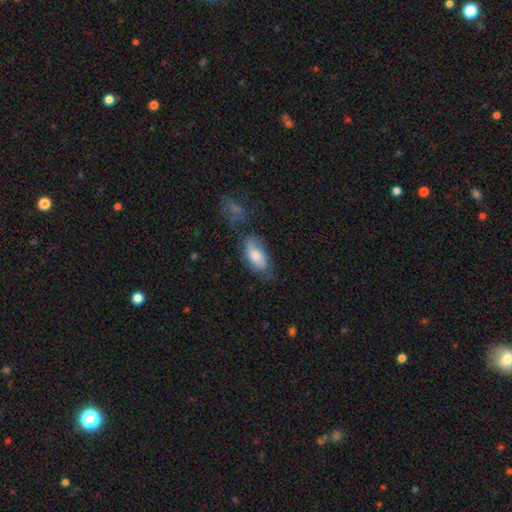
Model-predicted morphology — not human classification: smooth_or_featured: smooth (p=0.71) [alt: featured or disk p=0.22]
how_rounded: in between (p=0.87) [alt: cigar-shaped p=0.10]
merging: none (p=0.59) [alt: minor disturbance p=0.25]